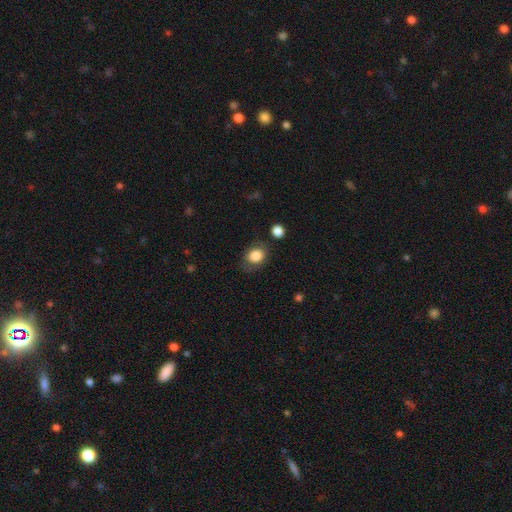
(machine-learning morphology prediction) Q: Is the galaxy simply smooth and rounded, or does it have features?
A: smooth — 83%.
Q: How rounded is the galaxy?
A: round — 51%.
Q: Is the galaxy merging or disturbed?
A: none — 72%.